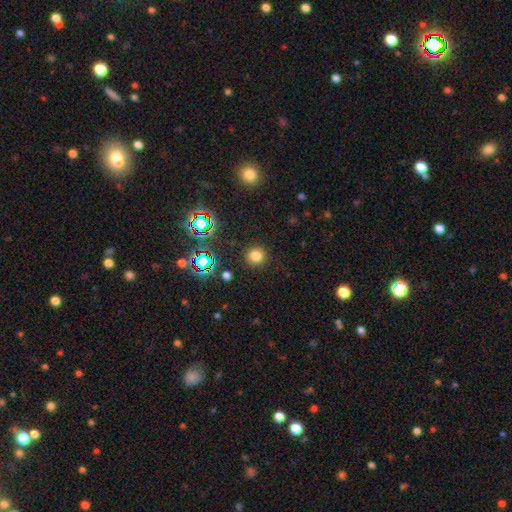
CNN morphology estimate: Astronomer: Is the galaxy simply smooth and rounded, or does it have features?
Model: smooth — 75%.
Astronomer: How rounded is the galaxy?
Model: round — 93%.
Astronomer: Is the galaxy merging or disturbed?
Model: none — 90%.